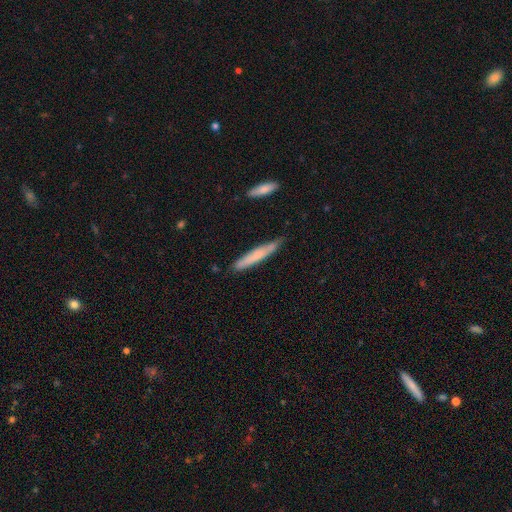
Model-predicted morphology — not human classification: Smooth or featured?
  - smooth: 62% *
  - featured or disk: 32%
  - star or artifact: 6%
How rounded?
  - cigar-shaped: 93% *
  - in between: 5%
  - round: 1%
Merging?
  - none: 77% *
  - minor disturbance: 18%
  - major disturbance: 3%
  - merger: 2%